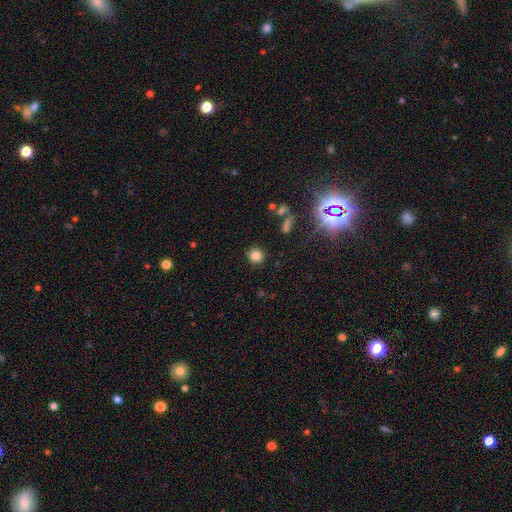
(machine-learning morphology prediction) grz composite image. It shows a smooth galaxy with no disk features (80%) that is round (89%). Merging: none (89%).